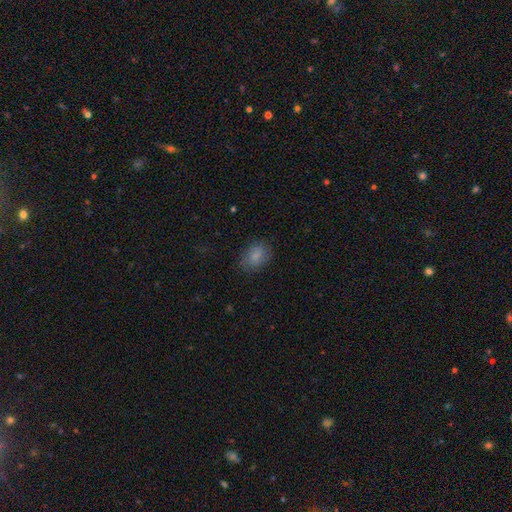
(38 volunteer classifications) Q: Smooth or featured?
A: smooth (95%); runner-up: featured or disk (5%)
Q: How rounded?
A: in between (83%); runner-up: round (17%)
Q: Merging?
A: none (76%); runner-up: minor disturbance (13%)